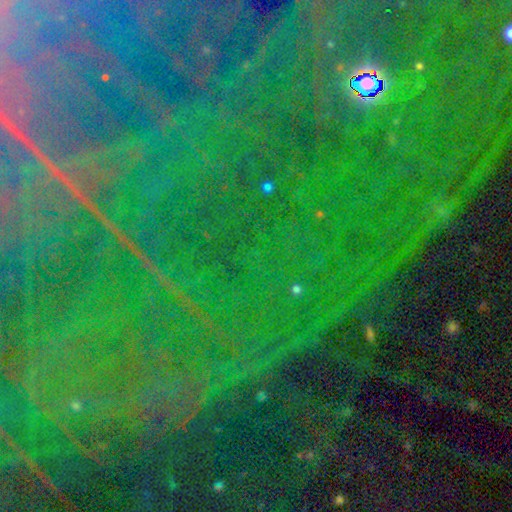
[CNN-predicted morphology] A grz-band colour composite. It shows a star or artifact, not a galaxy (85%).